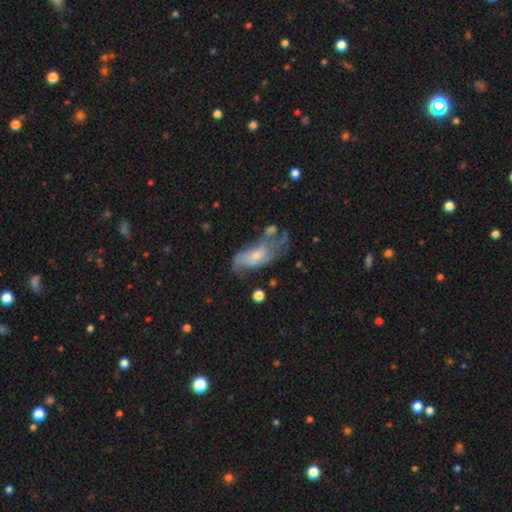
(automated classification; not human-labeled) This is likely a featured or disk galaxy (64%). It is clearly not viewed edge-on (90%). Bar: likely no (68%). Spiral arm pattern: likely yes (74%). Central bulge: possibly small (56%). Merging: marginally none (36%).